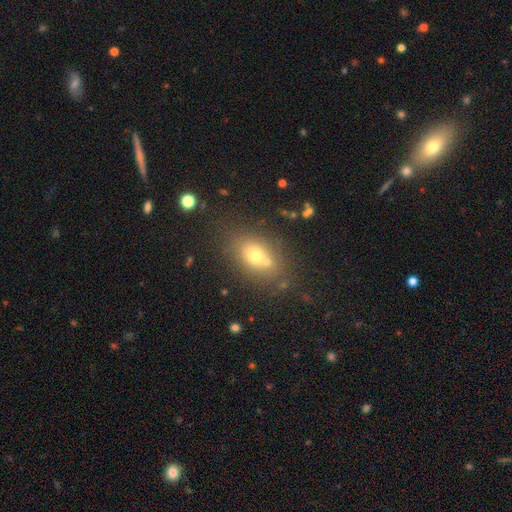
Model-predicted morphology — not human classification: Smooth or featured?
  - smooth: 68% *
  - featured or disk: 17%
  - star or artifact: 15%
How rounded?
  - in between: 71% *
  - round: 27%
  - cigar-shaped: 2%
Merging?
  - none: 62% *
  - merger: 21%
  - minor disturbance: 12%
  - major disturbance: 5%